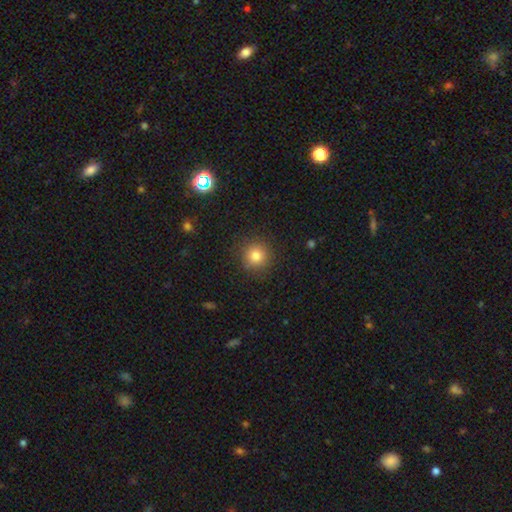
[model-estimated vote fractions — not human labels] Overall: smooth (81%). How rounded: round (94%). Merging: none (89%).